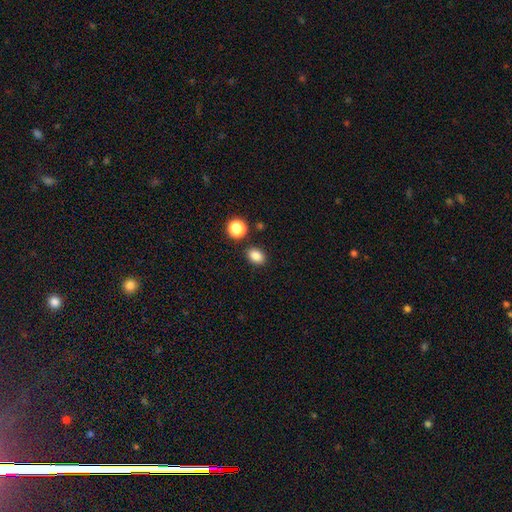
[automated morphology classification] Smooth or featured?
  - smooth: 85% *
  - star or artifact: 11%
  - featured or disk: 4%
How rounded?
  - in between: 73% *
  - round: 26%
  - cigar-shaped: 1%
Merging?
  - none: 85% *
  - minor disturbance: 8%
  - merger: 5%
  - major disturbance: 2%